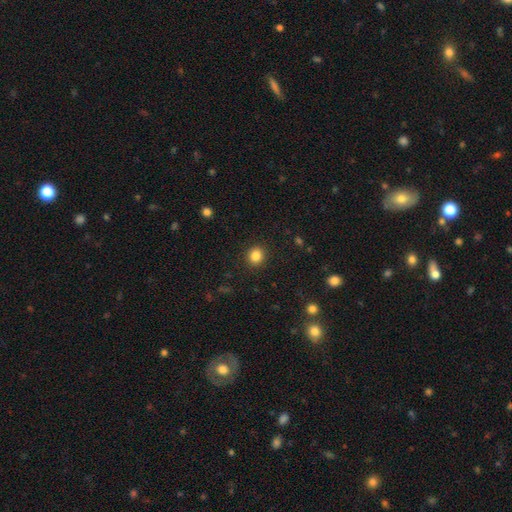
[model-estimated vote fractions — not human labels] smooth-or-featured: smooth: 85% | star or artifact: 11% | featured or disk: 4%
  how-rounded: round: 82% | in between: 17% | cigar-shaped: 1%
  merging: none: 91% | minor disturbance: 6% | major disturbance: 2% | merger: 1%